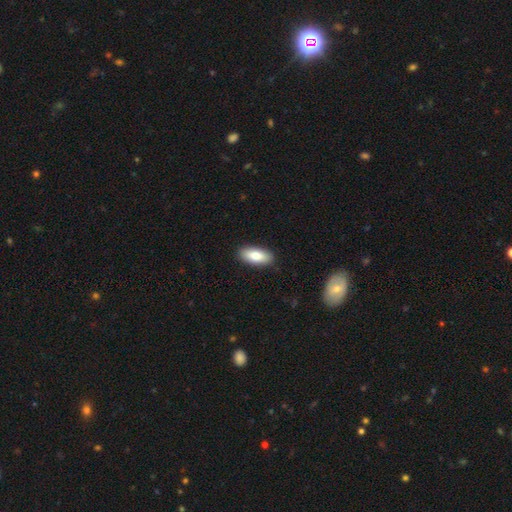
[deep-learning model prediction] Smooth or featured: smooth — 82% (featured or disk — 12%)
How rounded: in between — 85% (cigar-shaped — 13%)
Merging: none — 90% (minor disturbance — 8%)